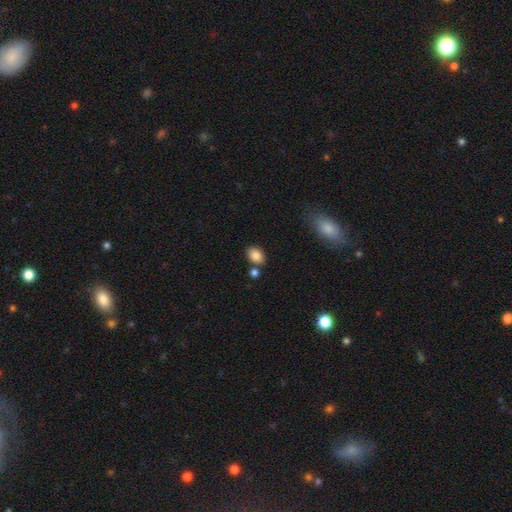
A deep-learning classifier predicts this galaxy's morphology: A smooth galaxy with no disk features (85%) that is in between round and cigar-shaped (73%). Merging: none (74%).